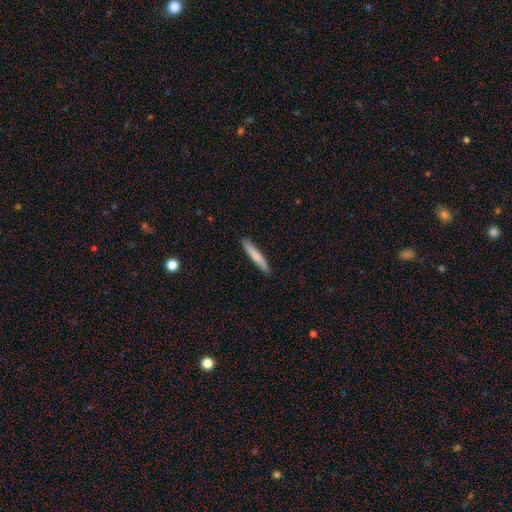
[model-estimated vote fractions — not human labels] The model was most divided on "smooth or featured": smooth: 78%, featured or disk: 17%, star or artifact: 5%. More confident: how rounded — cigar-shaped (93%); merging — none (89%).